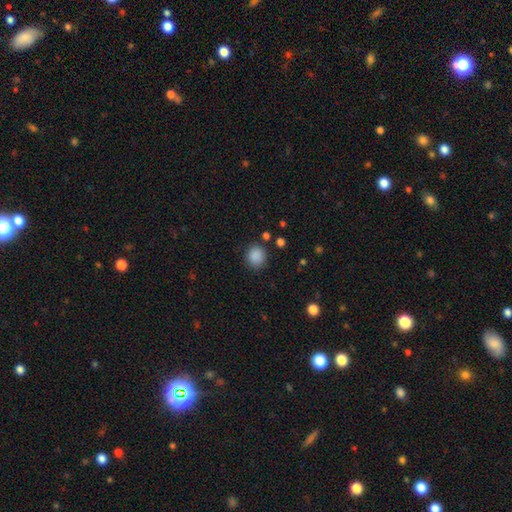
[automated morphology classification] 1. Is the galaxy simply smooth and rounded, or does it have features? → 87% smooth, 10% star or artifact, 3% featured or disk.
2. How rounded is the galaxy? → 84% round, 15% in between, 1% cigar-shaped.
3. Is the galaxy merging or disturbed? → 86% none, 9% minor disturbance, 3% major disturbance, 2% merger.